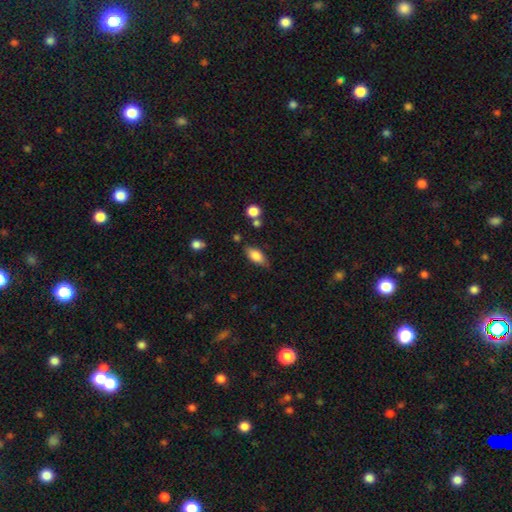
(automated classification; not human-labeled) smooth 79%, featured or disk 13%, star or artifact 8%. Down the decision tree: how rounded — in between (87%); merging — none (74%).